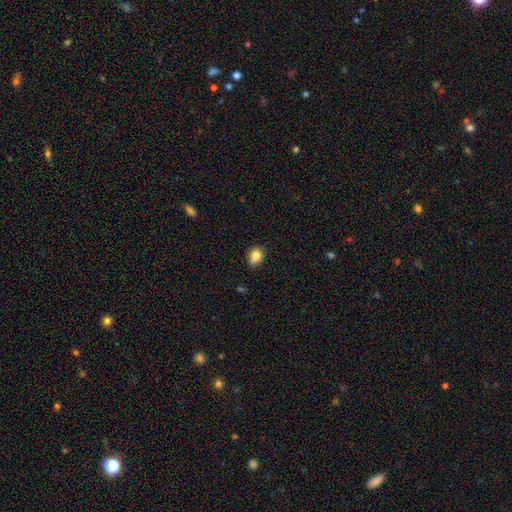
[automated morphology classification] Smooth or featured?
  - smooth: 83% *
  - star or artifact: 10%
  - featured or disk: 7%
How rounded?
  - in between: 54% *
  - round: 44%
  - cigar-shaped: 1%
Merging?
  - none: 65% *
  - minor disturbance: 27%
  - major disturbance: 5%
  - merger: 3%